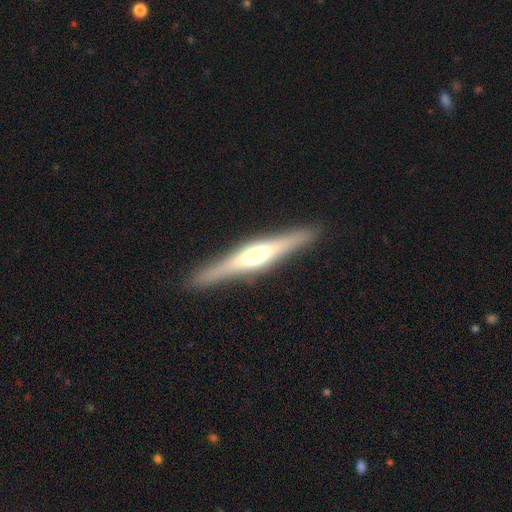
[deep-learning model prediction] Morphology: type=featured or disk (69%); edge-on=yes (96%); edge-on bulge=rounded (84%); merging=none (90%).